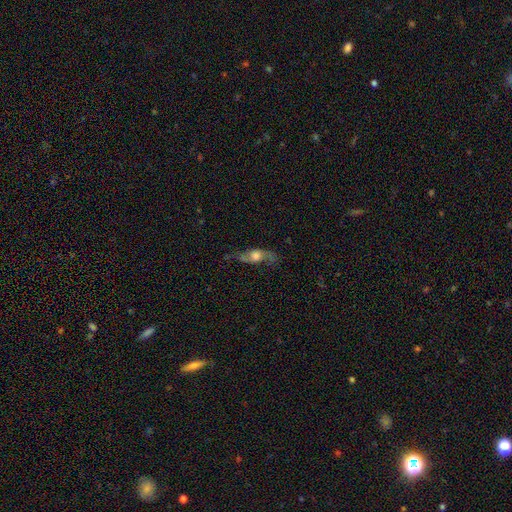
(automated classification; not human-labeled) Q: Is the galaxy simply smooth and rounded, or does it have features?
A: featured or disk — 60%.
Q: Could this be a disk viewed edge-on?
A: no — 57%.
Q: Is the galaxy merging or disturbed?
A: none — 66%.